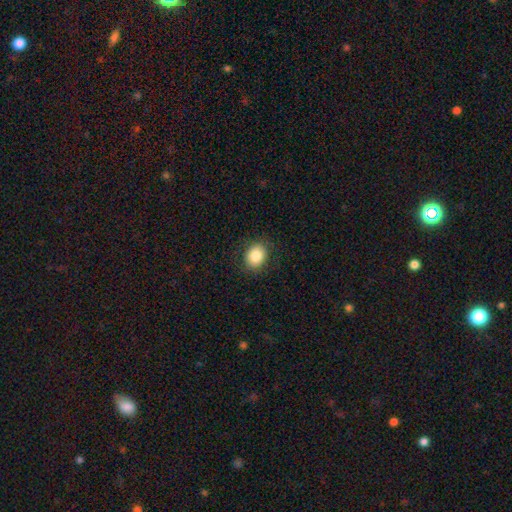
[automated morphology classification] This appears to be a smooth galaxy with no disk features (84%) that is round (54%). Merging: none (86%).